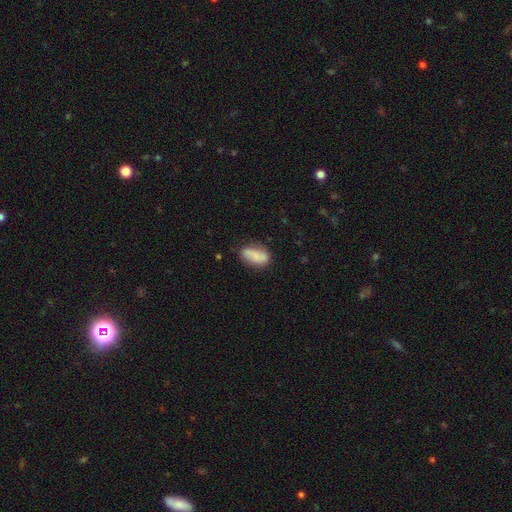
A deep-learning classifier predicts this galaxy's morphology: smooth 73%, featured or disk 20%, star or artifact 8%. Down the decision tree: how rounded — in between (89%); merging — none (70%).